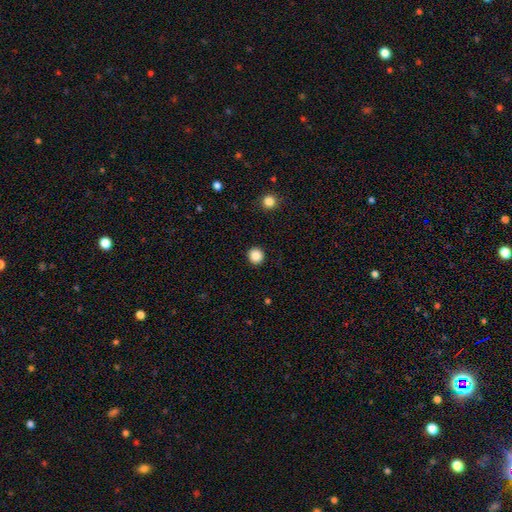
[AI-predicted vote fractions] Smooth or featured? Predicted: smooth (p=0.87). How rounded? Predicted: round (p=0.94). Merging? Predicted: none (p=0.93).